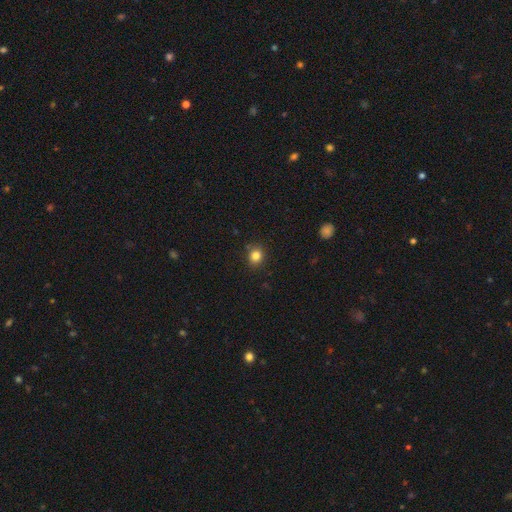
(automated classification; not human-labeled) This is clearly a smooth galaxy (83%). How rounded: likely round (76%). Merging: clearly none (86%).